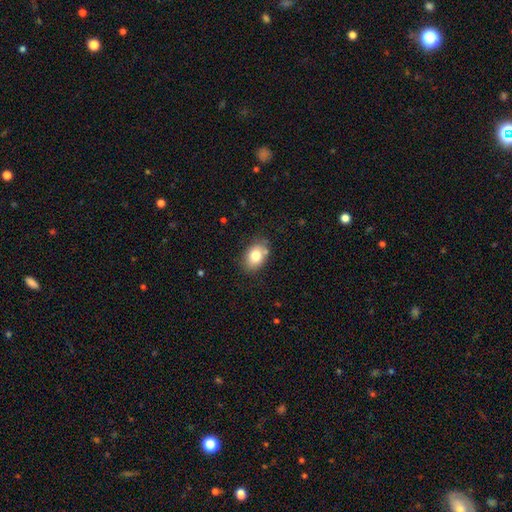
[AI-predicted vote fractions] Overall: smooth (79%). How rounded: in between (78%). Merging: none (78%).